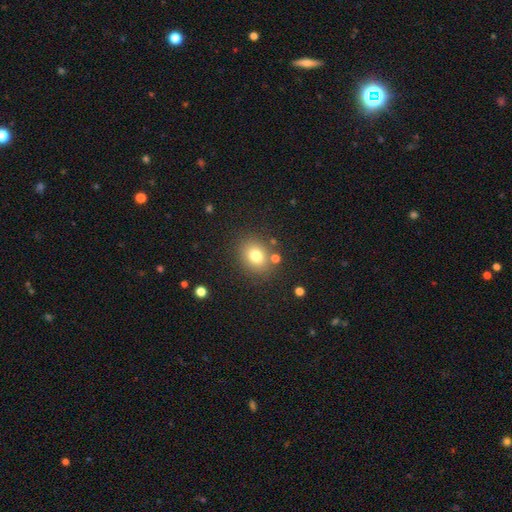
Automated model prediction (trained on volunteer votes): A smooth galaxy with no disk features (77%) that is round (60%). Merging: none (80%).